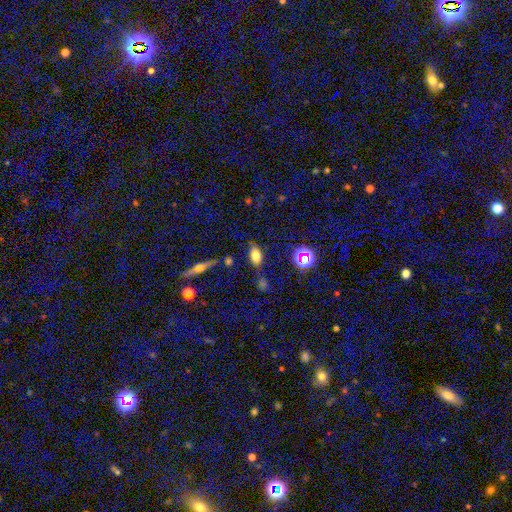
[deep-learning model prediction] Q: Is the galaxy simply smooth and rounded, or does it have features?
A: smooth — 73%.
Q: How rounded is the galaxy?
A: in between — 85%.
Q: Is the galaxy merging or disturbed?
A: none — 74%.